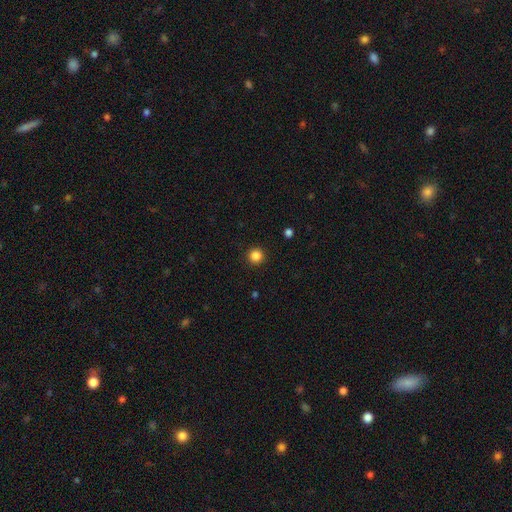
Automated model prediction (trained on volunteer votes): smooth-or-featured: smooth: 85% | star or artifact: 12% | featured or disk: 3%
  how-rounded: round: 96% | in between: 3% | cigar-shaped: 1%
  merging: none: 93% | minor disturbance: 4% | major disturbance: 2% | merger: 1%